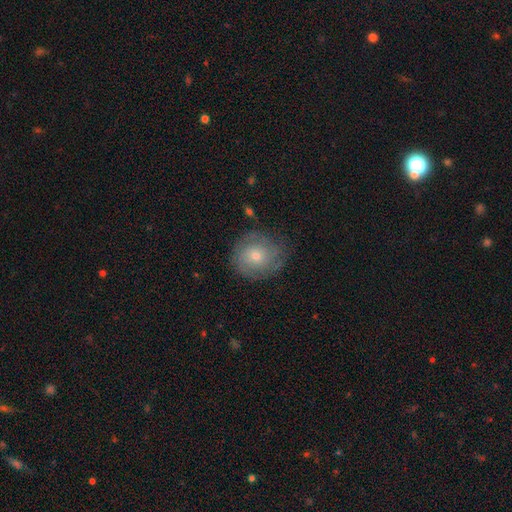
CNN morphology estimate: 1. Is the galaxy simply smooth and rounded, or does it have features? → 48% featured or disk, 43% smooth, 10% star or artifact.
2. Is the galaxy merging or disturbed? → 75% none, 17% minor disturbance, 6% major disturbance, 1% merger.